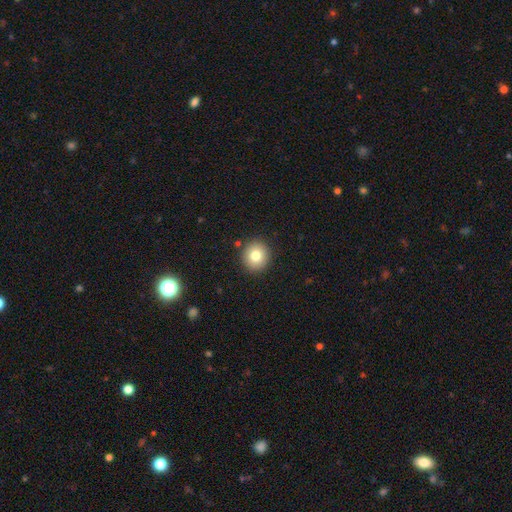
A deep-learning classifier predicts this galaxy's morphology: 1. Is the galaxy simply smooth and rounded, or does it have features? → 79% smooth, 11% featured or disk, 10% star or artifact.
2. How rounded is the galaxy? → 91% round, 8% in between, 1% cigar-shaped.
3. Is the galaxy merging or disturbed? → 90% none, 6% minor disturbance, 2% major disturbance, 2% merger.